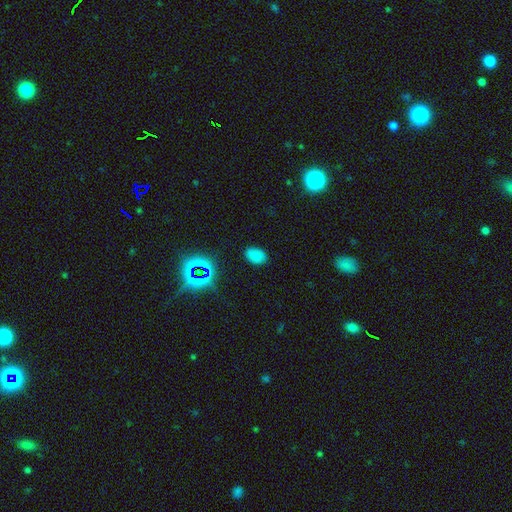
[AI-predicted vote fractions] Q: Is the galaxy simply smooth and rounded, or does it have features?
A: smooth — 73%.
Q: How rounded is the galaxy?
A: in between — 85%.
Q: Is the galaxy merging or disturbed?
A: none — 83%.